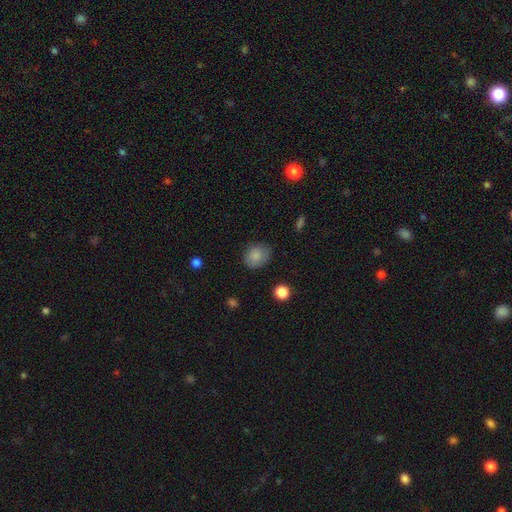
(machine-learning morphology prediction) This is clearly a smooth galaxy (83%). How rounded: possibly round (60%). Merging: likely none (74%).